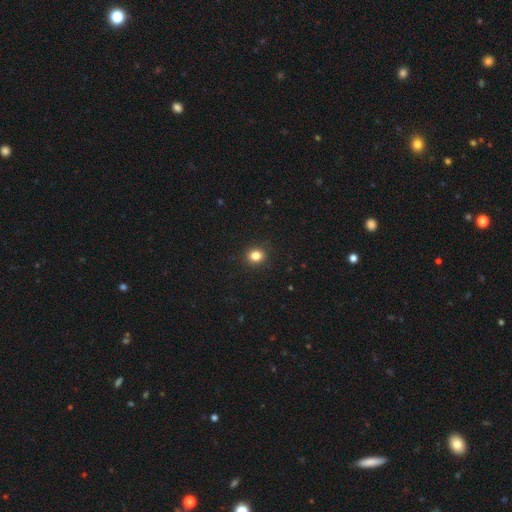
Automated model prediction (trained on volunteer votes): The model was most divided on "how rounded": round: 77%, in between: 23%, cigar-shaped: 1%. More confident: merging — none (91%); smooth or featured — smooth (83%).